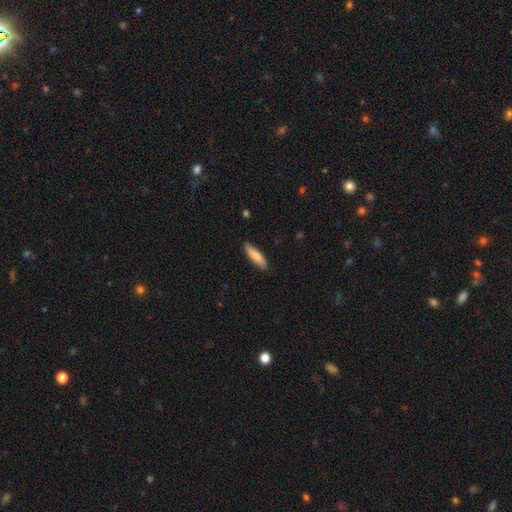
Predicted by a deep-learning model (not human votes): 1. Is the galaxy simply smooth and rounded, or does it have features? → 83% smooth, 12% featured or disk, 5% star or artifact.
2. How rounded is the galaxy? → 64% cigar-shaped, 35% in between, 1% round.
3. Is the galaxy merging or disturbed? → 84% none, 12% minor disturbance, 2% major disturbance, 1% merger.